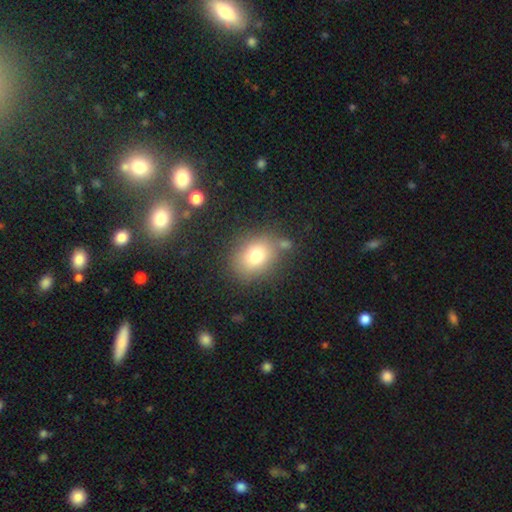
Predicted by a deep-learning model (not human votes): A smooth galaxy with no disk features (76%) that is in between round and cigar-shaped (51%). Merging: none (74%).